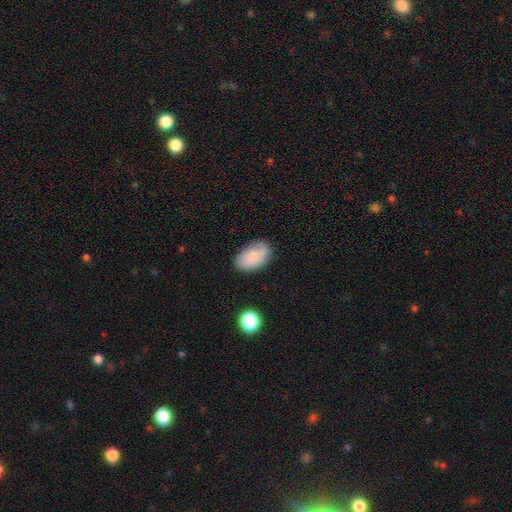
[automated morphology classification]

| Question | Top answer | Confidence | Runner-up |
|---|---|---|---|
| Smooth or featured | smooth | 84% | featured or disk (8%) |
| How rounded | in between | 92% | round (7%) |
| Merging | none | 75% | minor disturbance (18%) |